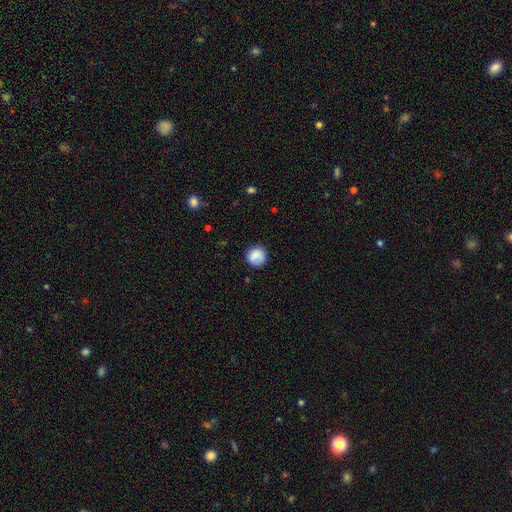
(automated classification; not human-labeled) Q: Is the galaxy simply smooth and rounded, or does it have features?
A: smooth — 83%.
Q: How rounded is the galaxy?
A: round — 90%.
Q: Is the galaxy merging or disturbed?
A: none — 79%.